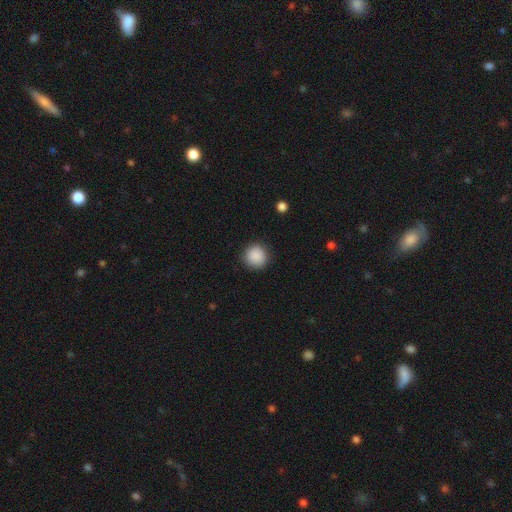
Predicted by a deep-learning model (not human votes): Smooth or featured: smooth — 89% (star or artifact — 8%)
How rounded: round — 92% (in between — 7%)
Merging: none — 89% (minor disturbance — 7%)